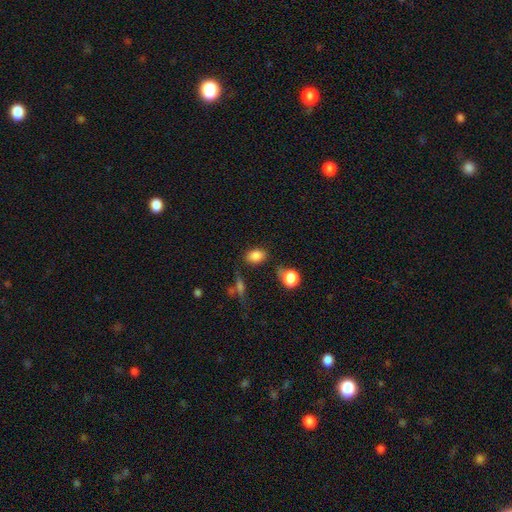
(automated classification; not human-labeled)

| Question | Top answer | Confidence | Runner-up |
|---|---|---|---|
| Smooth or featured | smooth | 83% | star or artifact (11%) |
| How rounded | in between | 76% | round (22%) |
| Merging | none | 71% | minor disturbance (18%) |